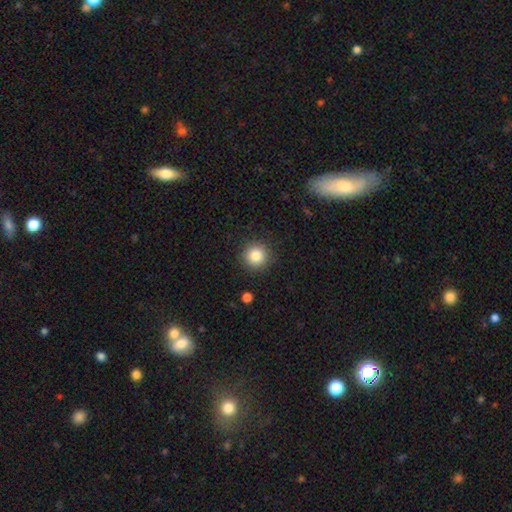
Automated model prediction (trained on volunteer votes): smooth 84%, star or artifact 10%, featured or disk 5%. Down the decision tree: how rounded — round (95%); merging — none (90%).